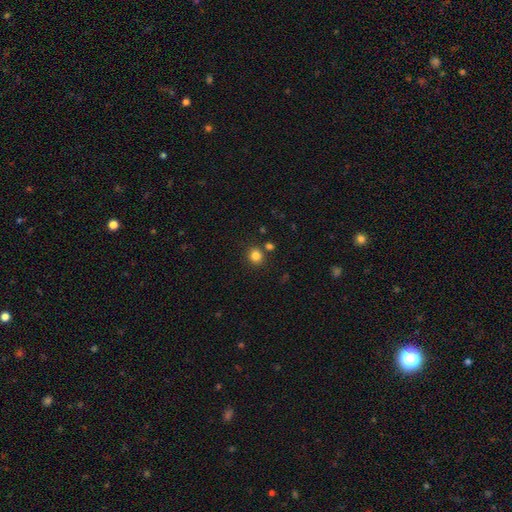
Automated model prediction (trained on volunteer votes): smooth 83%, star or artifact 12%, featured or disk 5%. Down the decision tree: how rounded — round (85%); merging — none (83%).